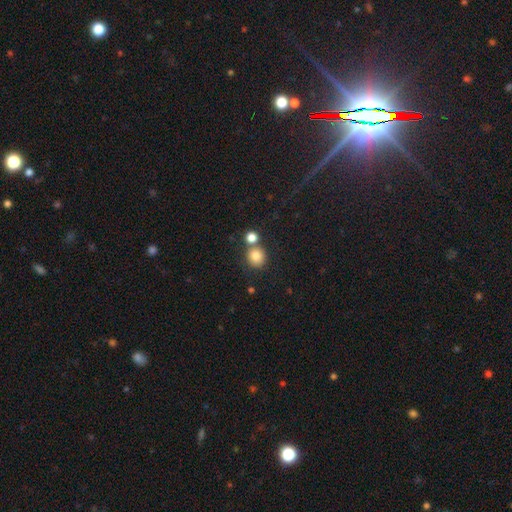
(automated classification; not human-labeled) Overall: smooth (82%). How rounded: round (86%). Merging: none (65%).